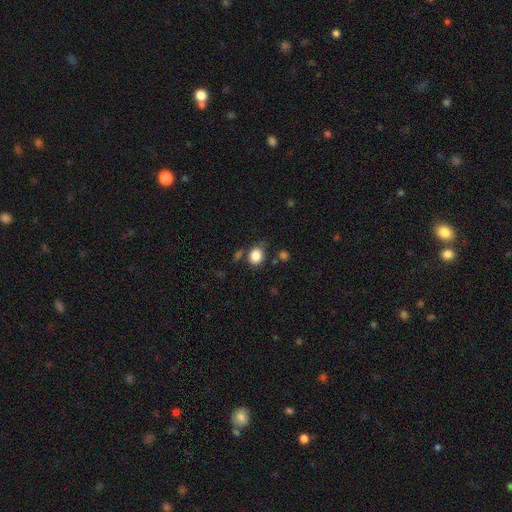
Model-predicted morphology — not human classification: Smooth or featured? smooth (85%)
How rounded? round (66%)
Merging? none (71%)